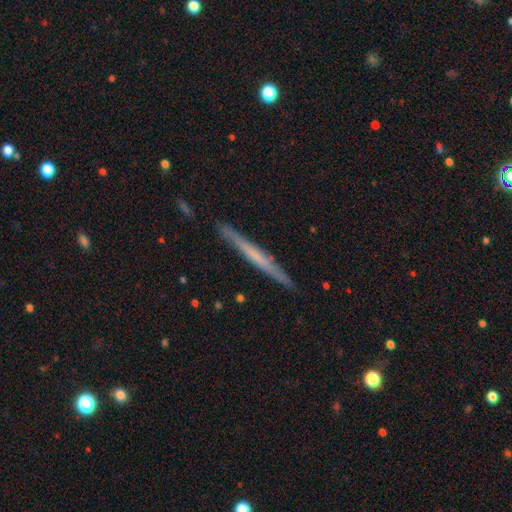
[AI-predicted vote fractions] A featured or disk galaxy (54%) viewed edge-on (97%) with no central bulge (82%). Merging: none (90%).